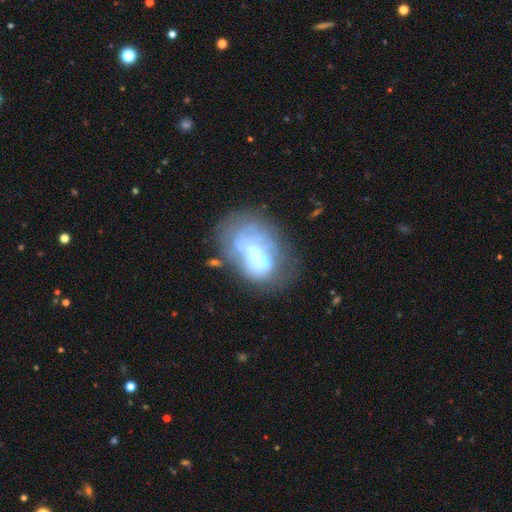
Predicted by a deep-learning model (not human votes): Smooth or featured? Predicted: featured or disk (p=0.57). Edge-on disk? Predicted: no (p=0.95). Bar? Predicted: no (p=0.47). Spiral arms? Predicted: no (p=0.72). Bulge size? Predicted: moderate (p=0.45). Merging? Predicted: none (p=0.37).